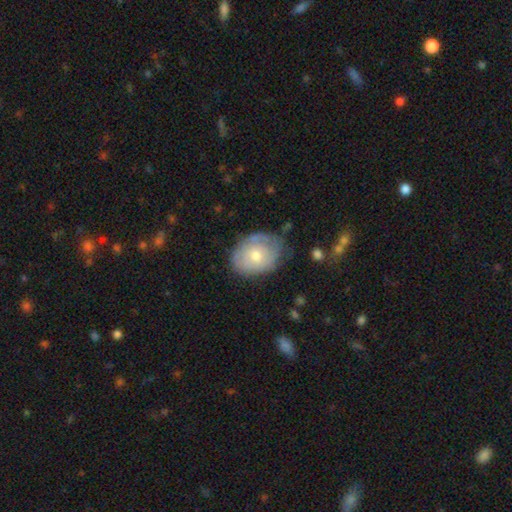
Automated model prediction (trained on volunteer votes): Overall: smooth (52%; featured or disk 41%). How rounded: in between (66%; round 33%). Merging: none (63%; minor disturbance 27%).